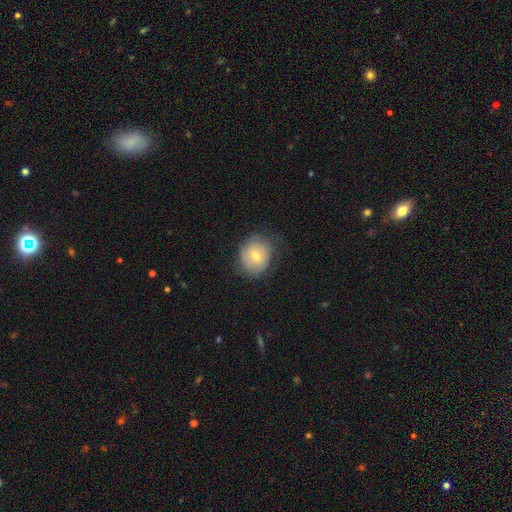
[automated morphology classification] smooth_or_featured: smooth (p=0.50) [alt: featured or disk p=0.41]
how_rounded: round (p=0.76) [alt: in between p=0.23]
merging: none (p=0.69) [alt: minor disturbance p=0.21]